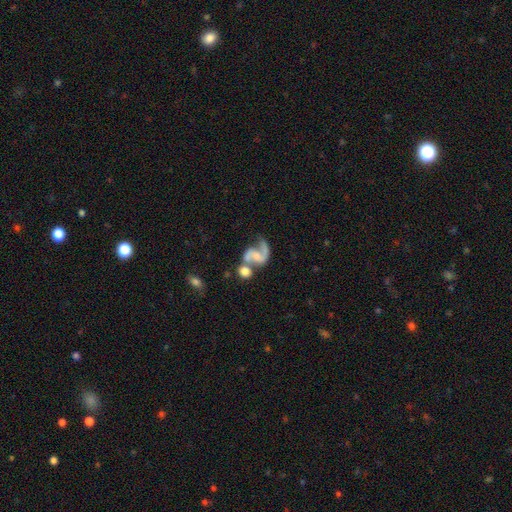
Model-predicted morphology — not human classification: A featured or disk galaxy (79%) with no bar (51%), 2 (70%) loose (54%) spiral arms (92%) and a small central bulge (41%). Merging: merger (46%).